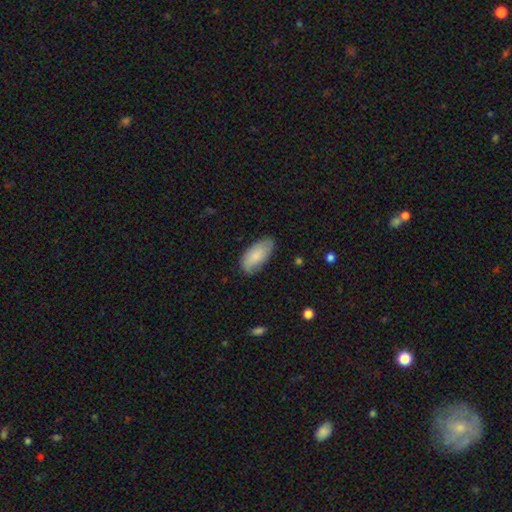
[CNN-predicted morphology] smooth_or_featured: smooth (p=0.79) [alt: featured or disk p=0.15]
how_rounded: in between (p=0.93) [alt: cigar-shaped p=0.05]
merging: none (p=0.73) [alt: minor disturbance p=0.22]